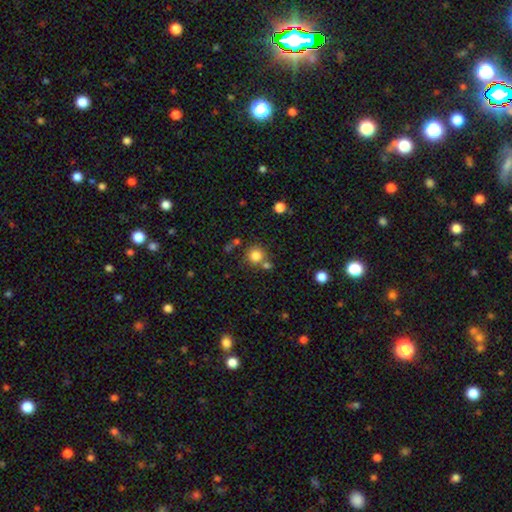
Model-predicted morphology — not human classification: Smooth or featured? smooth (82%)
How rounded? round (93%)
Merging? none (71%)